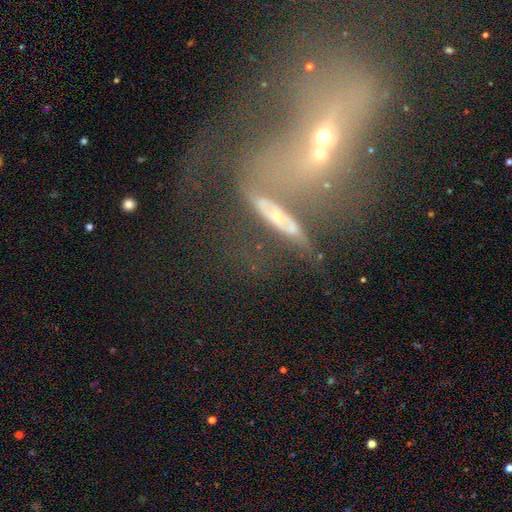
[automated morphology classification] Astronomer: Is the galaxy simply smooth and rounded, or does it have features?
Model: featured or disk — 50% (runner-up: star or artifact, 27%).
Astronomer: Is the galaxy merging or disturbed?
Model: merger — 52%.